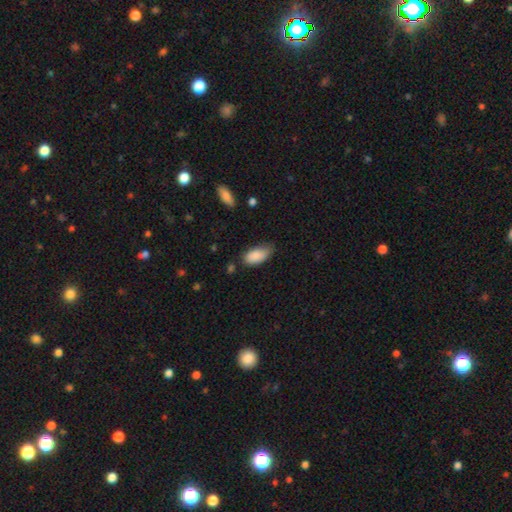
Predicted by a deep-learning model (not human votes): Smooth or featured?
  - smooth: 86% *
  - featured or disk: 7%
  - star or artifact: 7%
How rounded?
  - in between: 93% *
  - cigar-shaped: 5%
  - round: 2%
Merging?
  - none: 61% *
  - minor disturbance: 31%
  - major disturbance: 5%
  - merger: 2%